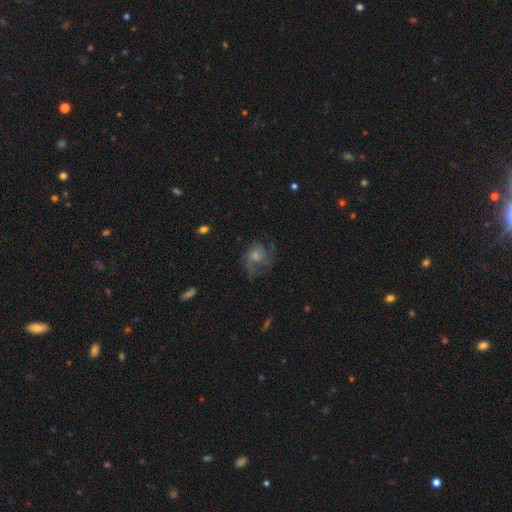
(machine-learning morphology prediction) Overall: featured or disk (64%). Edge-on disk: no (97%). Bar: no (75%). Spiral arms: yes (86%). Spiral arm count: can't tell (31%; 3 25%). Spiral winding: medium (47%; tight 30%). Bulge size: moderate (50%; small 39%). Merging: none (63%).